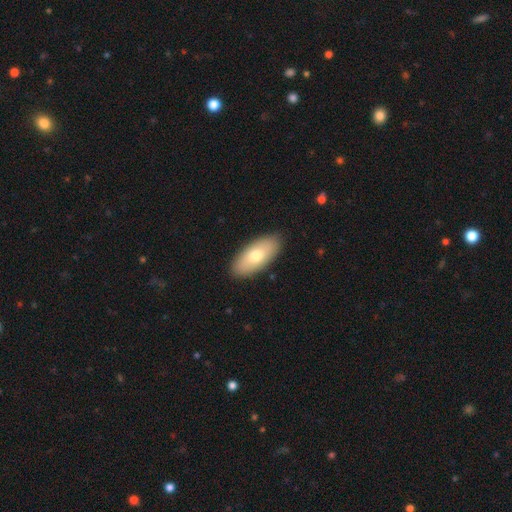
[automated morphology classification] type=smooth (72%); roundness=in between (90%); merging=none (89%).